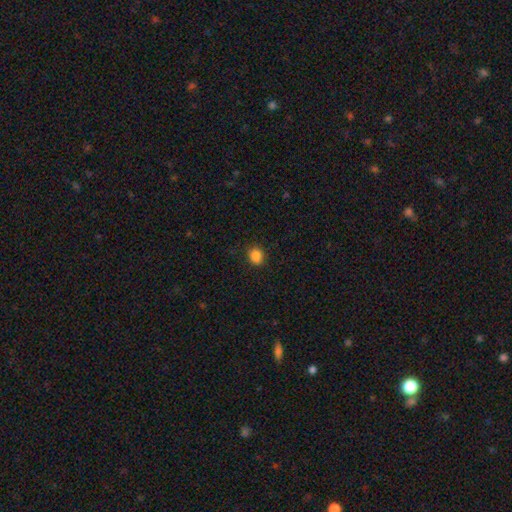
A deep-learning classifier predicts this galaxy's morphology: Overall: smooth (86%). How rounded: round (61%; in between 38%). Merging: none (85%).